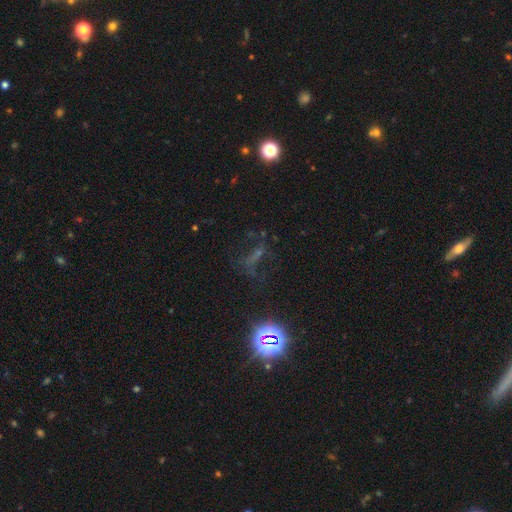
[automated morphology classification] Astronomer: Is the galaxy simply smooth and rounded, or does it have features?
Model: star or artifact — 47% (runner-up: featured or disk, 32%).